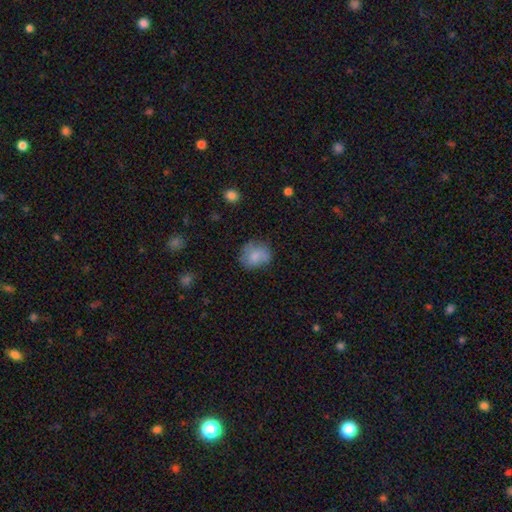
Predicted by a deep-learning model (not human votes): Smooth or featured: smooth — 77% (featured or disk — 14%)
How rounded: round — 61% (in between — 38%)
Merging: none — 63% (minor disturbance — 24%)